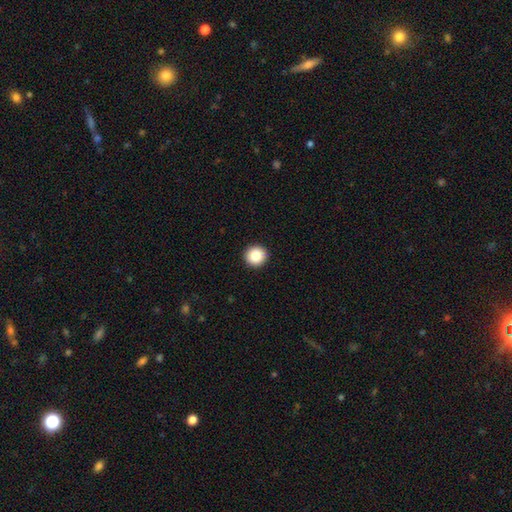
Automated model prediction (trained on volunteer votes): Smooth or featured? Predicted: smooth (p=0.86). How rounded? Predicted: round (p=0.95). Merging? Predicted: none (p=0.94).